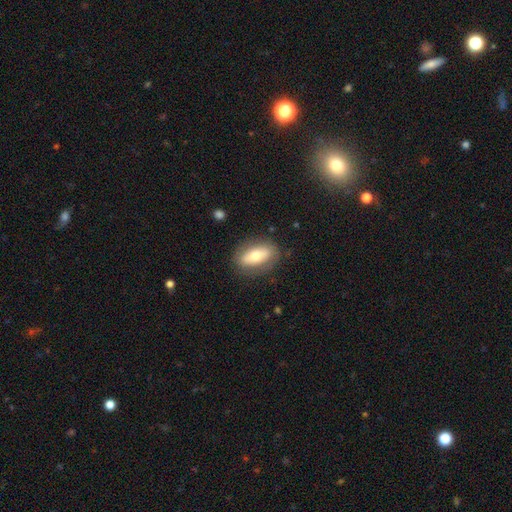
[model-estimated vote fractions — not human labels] This appears to be a smooth galaxy with no disk features (62%) that is in between round and cigar-shaped (84%). Merging: none (82%).